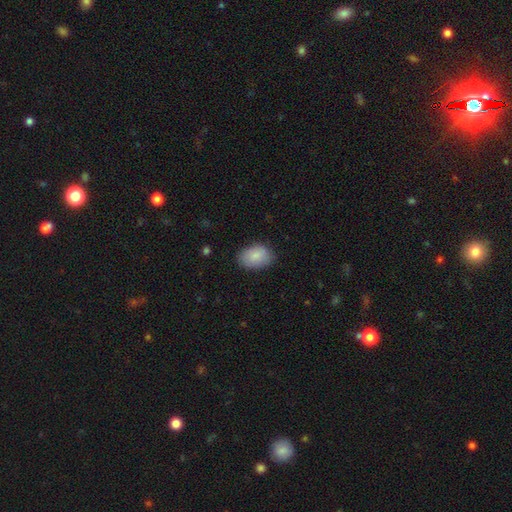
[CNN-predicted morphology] Q: Smooth or featured?
A: smooth (86%); runner-up: featured or disk (7%)
Q: How rounded?
A: in between (85%); runner-up: round (14%)
Q: Merging?
A: none (80%); runner-up: minor disturbance (16%)